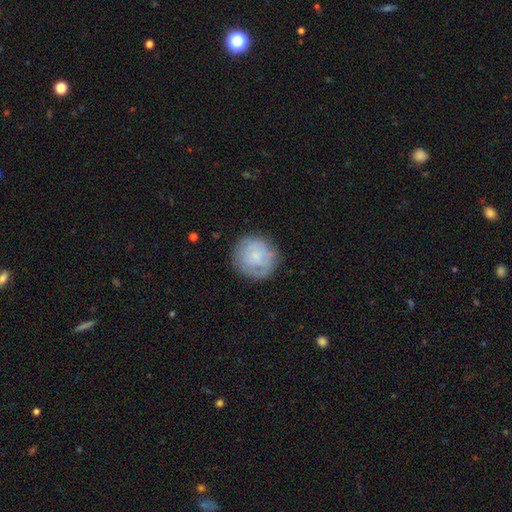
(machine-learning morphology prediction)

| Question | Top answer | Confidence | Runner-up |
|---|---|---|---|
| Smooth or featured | smooth | 63% | featured or disk (29%) |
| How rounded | round | 93% | in between (6%) |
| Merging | none | 78% | minor disturbance (15%) |